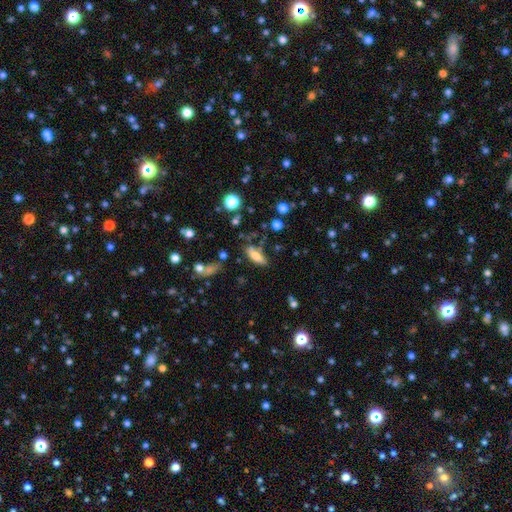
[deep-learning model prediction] smooth_or_featured: smooth (p=0.71) [alt: featured or disk p=0.20]
how_rounded: in between (p=0.69) [alt: cigar-shaped p=0.28]
merging: none (p=0.60) [alt: minor disturbance p=0.22]